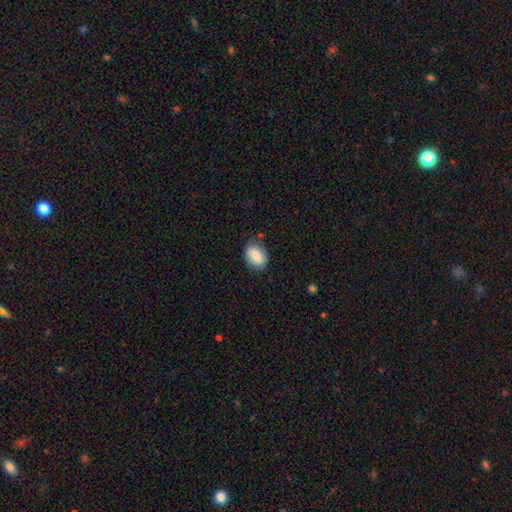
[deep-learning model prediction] Smooth or featured: smooth — 77% (featured or disk — 16%)
How rounded: in between — 60% (round — 39%)
Merging: none — 80% (minor disturbance — 16%)